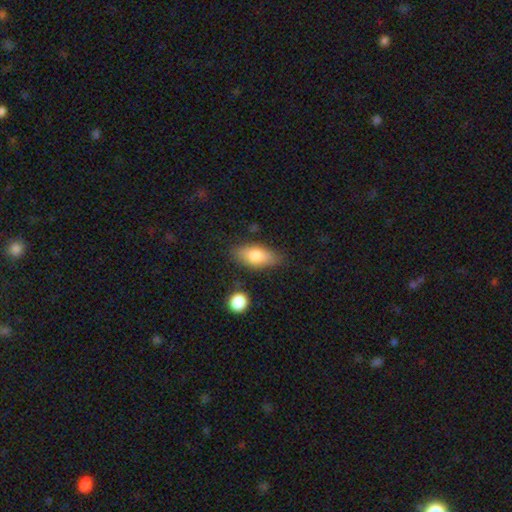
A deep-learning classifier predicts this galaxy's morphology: A smooth galaxy with no disk features (79%) that is in between round and cigar-shaped (84%).

Vote fractions:
- Smooth or featured? smooth: 79% / featured or disk: 14% / star or artifact: 7%
- How rounded? in between: 84% / cigar-shaped: 12% / round: 4%
- Merging? none: 74% / minor disturbance: 17% / major disturbance: 4% / merger: 4%